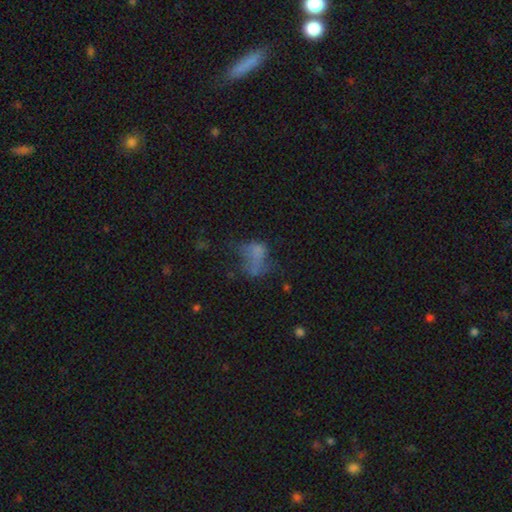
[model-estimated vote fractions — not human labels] The model was most divided on "merging": major disturbance: 42%, none: 27%, minor disturbance: 20%, merger: 11%. More confident: how rounded — in between (77%); smooth or featured — smooth (51%).